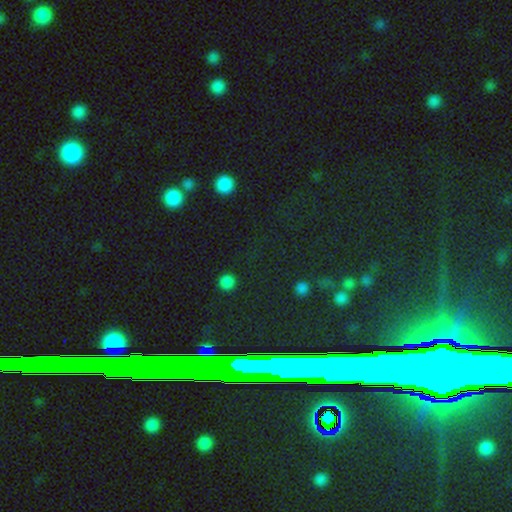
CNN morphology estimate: smooth_or_featured: star or artifact (p=0.74) [alt: smooth p=0.14]